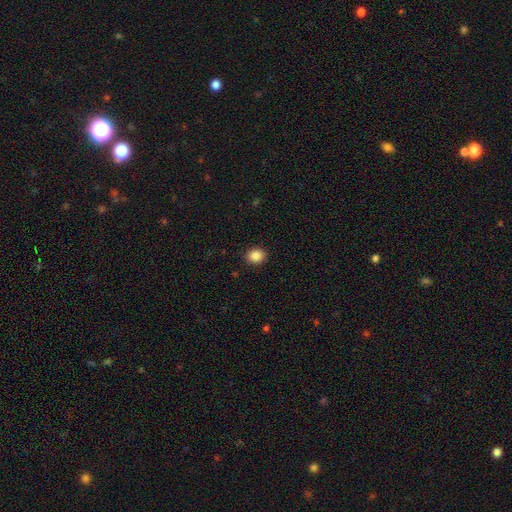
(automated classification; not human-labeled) Morphology: type=smooth (87%); roundness=round (61%); merging=none (90%).